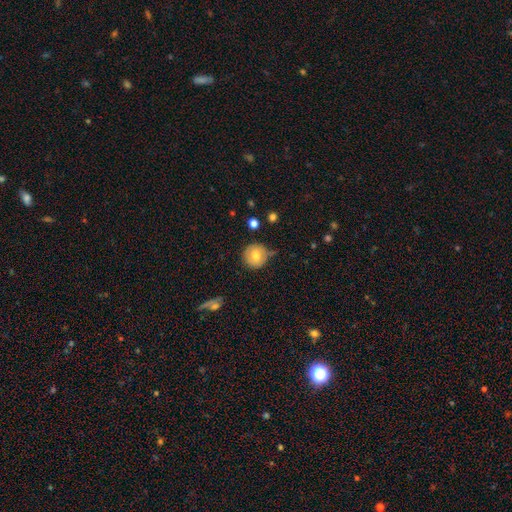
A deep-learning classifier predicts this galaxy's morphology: The model was most divided on "merging": none: 69%, minor disturbance: 21%, major disturbance: 5%, merger: 5%. More confident: how rounded — round (92%); smooth or featured — smooth (73%).